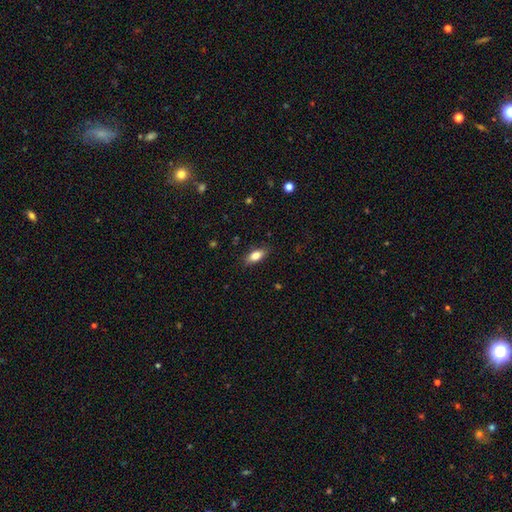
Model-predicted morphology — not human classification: smooth-or-featured: smooth: 79% | featured or disk: 13% | star or artifact: 7%
  how-rounded: in between: 83% | cigar-shaped: 13% | round: 4%
  merging: none: 86% | minor disturbance: 10% | major disturbance: 2% | merger: 1%